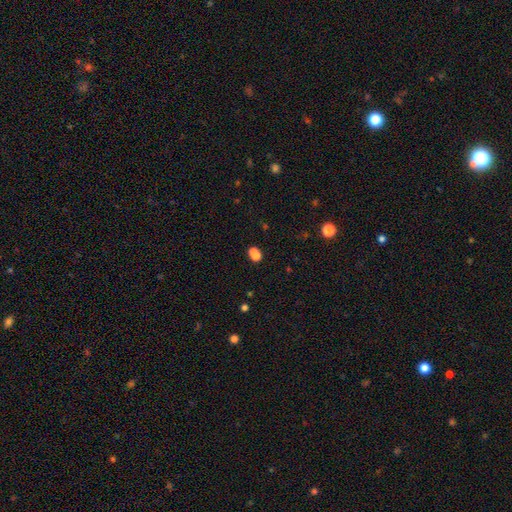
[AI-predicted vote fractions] Q: Smooth or featured?
A: smooth (72%); runner-up: star or artifact (16%)
Q: How rounded?
A: round (54%); runner-up: in between (44%)
Q: Merging?
A: merger (53%); runner-up: none (36%)